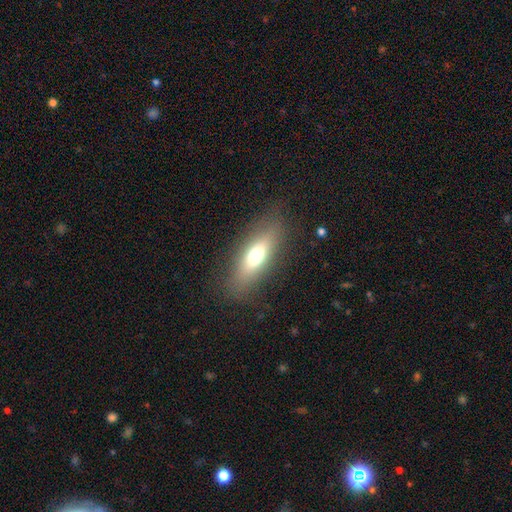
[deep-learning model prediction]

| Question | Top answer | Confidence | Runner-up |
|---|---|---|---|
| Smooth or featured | smooth | 65% | featured or disk (26%) |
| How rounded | in between | 61% | cigar-shaped (35%) |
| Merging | none | 83% | minor disturbance (11%) |